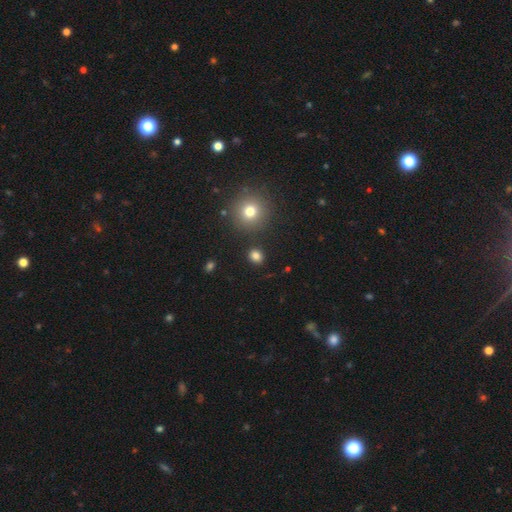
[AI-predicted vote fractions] smooth_or_featured: smooth (p=0.81) [alt: star or artifact p=0.15]
how_rounded: round (p=0.82) [alt: in between p=0.17]
merging: none (p=0.88) [alt: minor disturbance p=0.07]